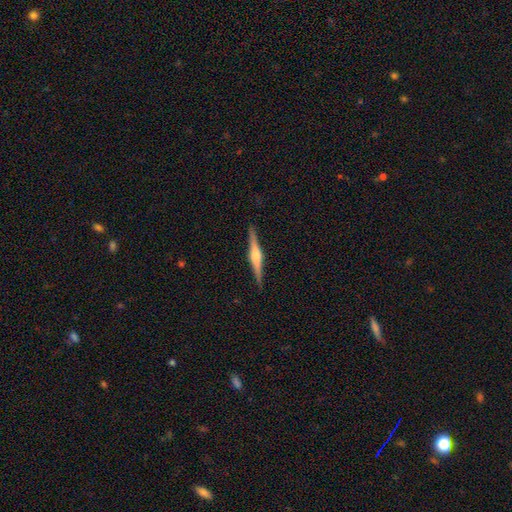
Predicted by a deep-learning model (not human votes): This appears to be a featured or disk galaxy (75%) viewed edge-on (98%) with a rounded central bulge (86%). Merging: none (91%).